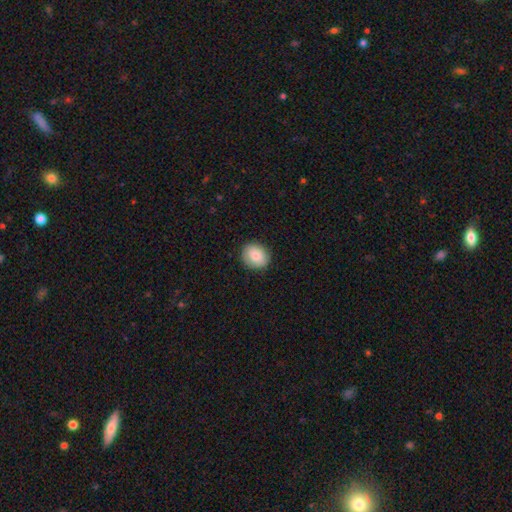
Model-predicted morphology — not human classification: The model was most divided on "how rounded": round: 67%, in between: 32%, cigar-shaped: 1%. More confident: merging — none (88%); smooth or featured — smooth (83%).